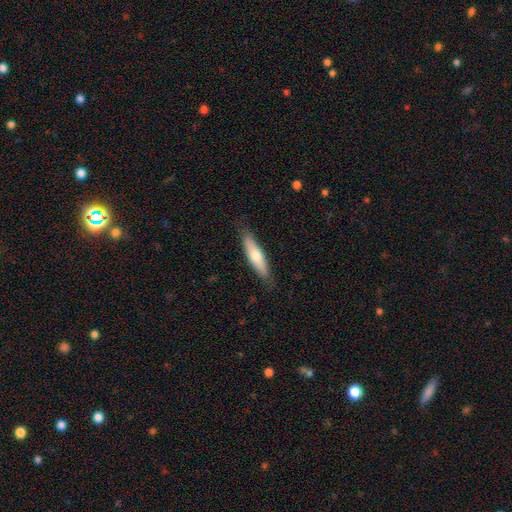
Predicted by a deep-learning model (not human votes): smooth 63%, featured or disk 31%, star or artifact 5%. Down the decision tree: how rounded — cigar-shaped (75%); merging — none (85%).